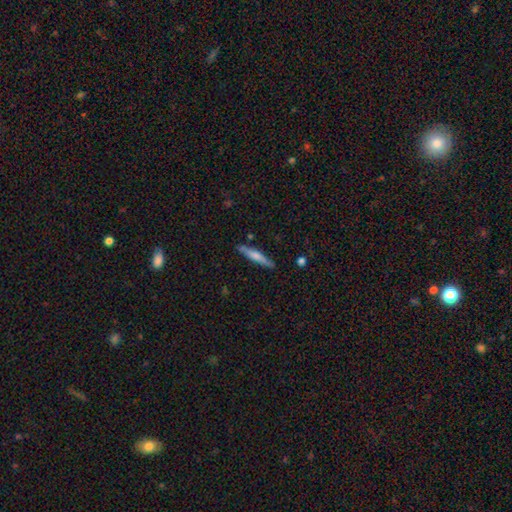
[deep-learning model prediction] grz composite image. It shows a smooth galaxy with no disk features (56%) that is cigar-shaped (92%). Merging: none (86%).